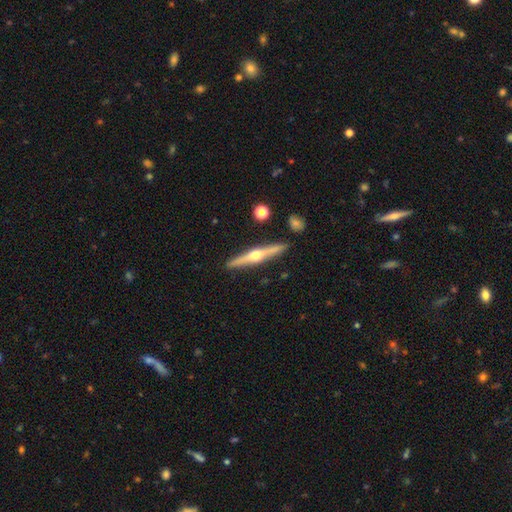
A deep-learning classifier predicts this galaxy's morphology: Smooth or featured?
  - featured or disk: 73% *
  - smooth: 21%
  - star or artifact: 6%
Edge-on disk?
  - yes: 98% *
  - no: 2%
Edge-on bulge?
  - rounded: 95% *
  - none: 3%
  - boxy: 2%
Merging?
  - none: 89% *
  - minor disturbance: 7%
  - merger: 2%
  - major disturbance: 1%